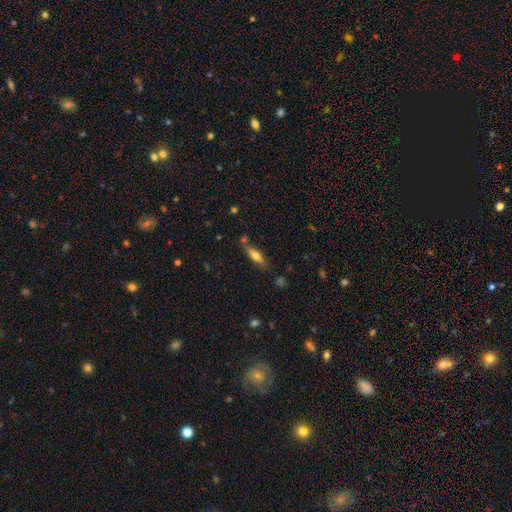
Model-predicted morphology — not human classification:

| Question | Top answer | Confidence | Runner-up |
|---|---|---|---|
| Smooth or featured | smooth | 51% | featured or disk (43%) |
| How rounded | cigar-shaped | 66% | in between (31%) |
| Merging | none | 76% | minor disturbance (14%) |